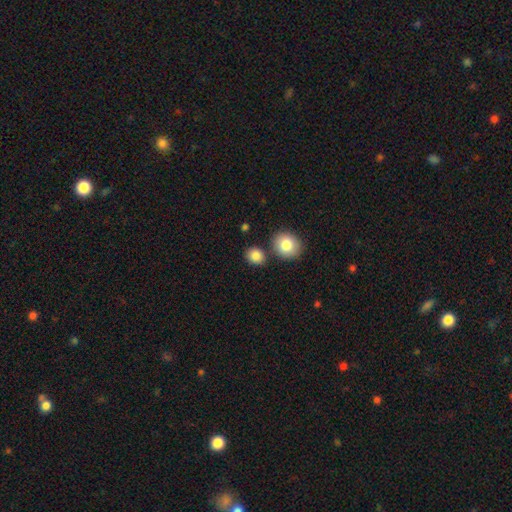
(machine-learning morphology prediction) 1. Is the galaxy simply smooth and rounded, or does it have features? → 85% smooth, 9% star or artifact, 5% featured or disk.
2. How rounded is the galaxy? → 68% round, 31% in between, 1% cigar-shaped.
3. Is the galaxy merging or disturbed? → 75% none, 12% merger, 10% minor disturbance, 3% major disturbance.